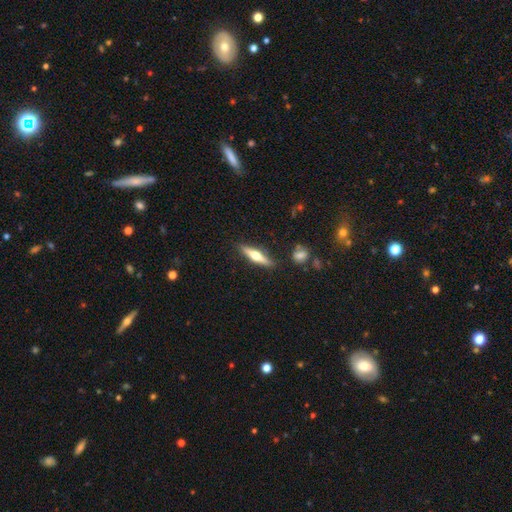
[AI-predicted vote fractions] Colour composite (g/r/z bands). It shows a featured or disk galaxy (56%) viewed edge-on (95%) with a rounded central bulge (93%). Merging: none (86%).